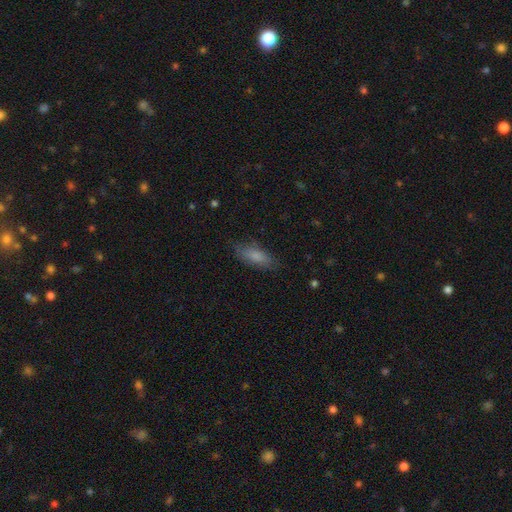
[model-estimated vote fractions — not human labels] Morphology: type=smooth (81%); roundness=in between (71%); merging=none (76%).